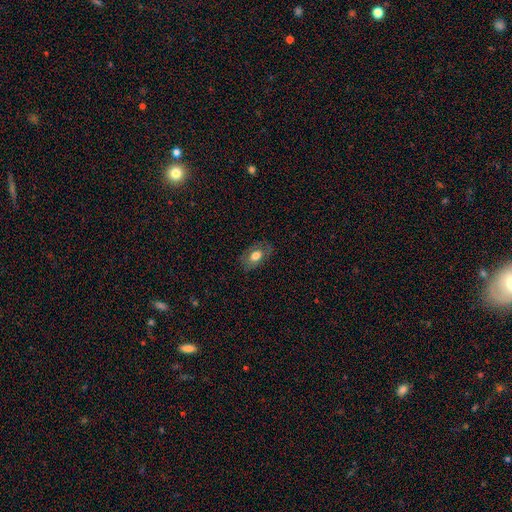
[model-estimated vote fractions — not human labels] Smooth or featured?
  - smooth: 65% *
  - featured or disk: 27%
  - star or artifact: 8%
How rounded?
  - in between: 86% *
  - round: 13%
  - cigar-shaped: 2%
Merging?
  - none: 77% *
  - minor disturbance: 16%
  - major disturbance: 6%
  - merger: 1%